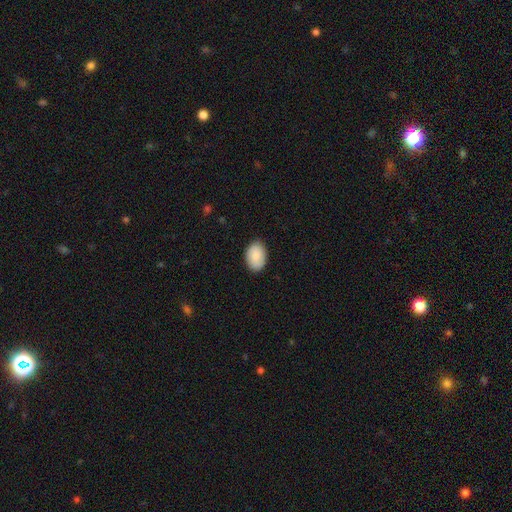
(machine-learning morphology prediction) A smooth galaxy with no disk features (88%) that is in between round and cigar-shaped (85%).

Vote fractions:
- Smooth or featured? smooth: 88% / featured or disk: 6% / star or artifact: 6%
- How rounded? in between: 85% / round: 14% / cigar-shaped: 1%
- Merging? none: 86% / minor disturbance: 11% / major disturbance: 2% / merger: 1%